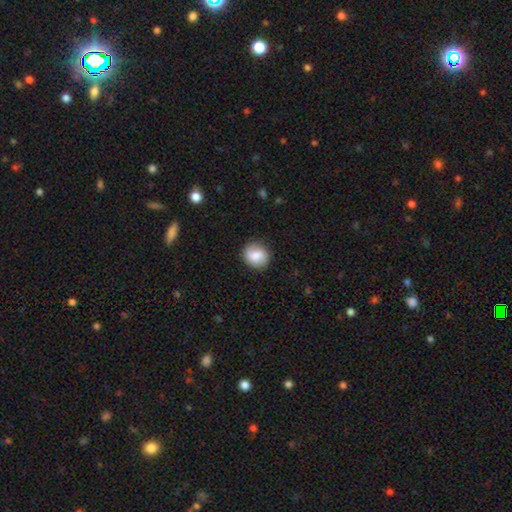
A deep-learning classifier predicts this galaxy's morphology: This is likely a smooth galaxy (79%). How rounded: clearly round (82%). Merging: clearly none (86%).